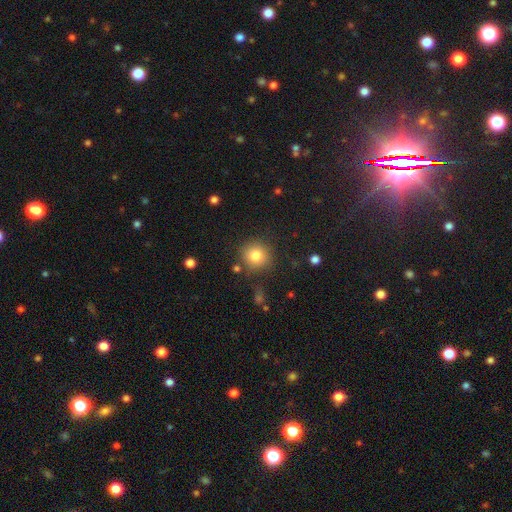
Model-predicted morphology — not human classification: smooth_or_featured: smooth (p=0.80) [alt: star or artifact p=0.12]
how_rounded: round (p=0.93) [alt: in between p=0.06]
merging: none (p=0.84) [alt: minor disturbance p=0.09]